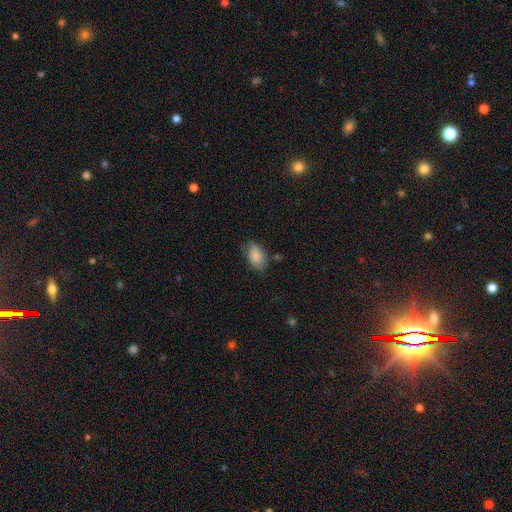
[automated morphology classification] Smooth or featured: smooth — 83% (featured or disk — 10%)
How rounded: in between — 91% (round — 7%)
Merging: none — 59% (minor disturbance — 30%)